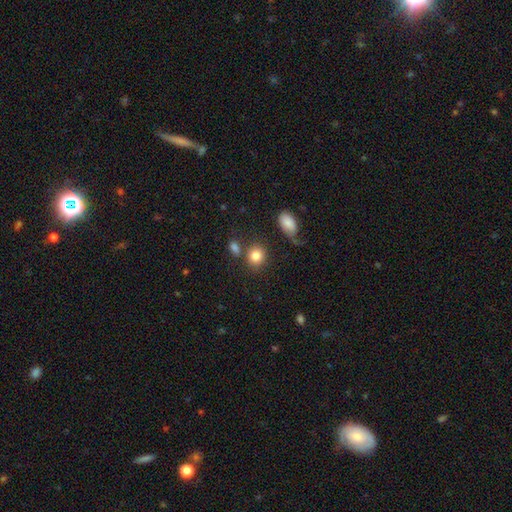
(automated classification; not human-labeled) Morphology: type=smooth (83%); roundness=round (72%); merging=none (67%).